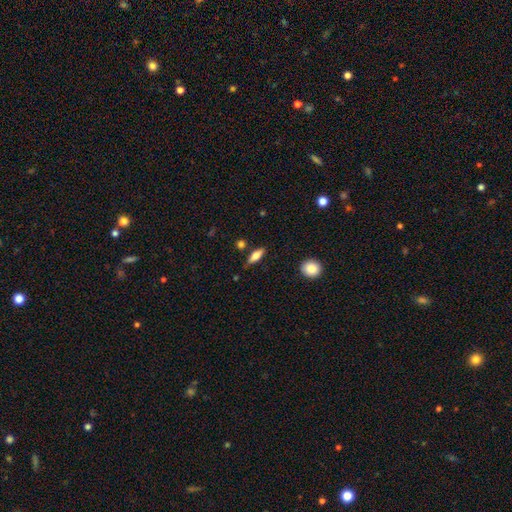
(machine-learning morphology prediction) Q: Smooth or featured?
A: smooth (69%); runner-up: featured or disk (24%)
Q: How rounded?
A: in between (61%); runner-up: cigar-shaped (35%)
Q: Merging?
A: none (78%); runner-up: minor disturbance (15%)